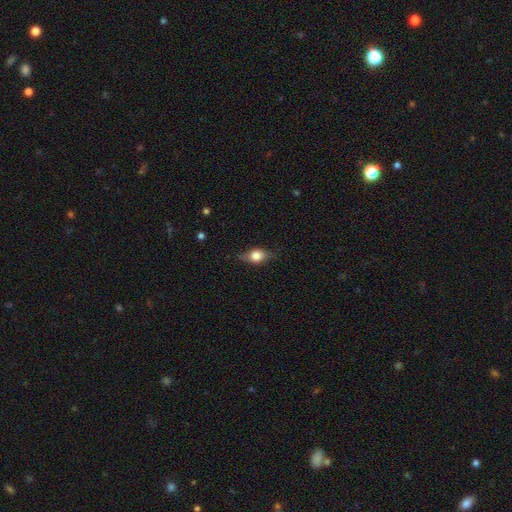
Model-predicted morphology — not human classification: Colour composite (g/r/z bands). It shows a smooth galaxy with no disk features (63%) that is in between round and cigar-shaped (64%). Merging: none (69%).